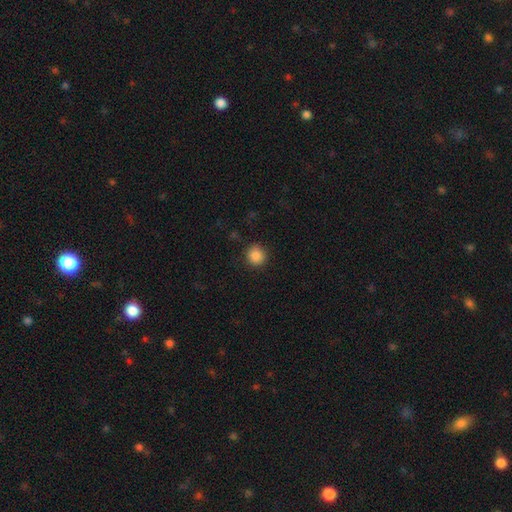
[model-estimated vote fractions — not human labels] Smooth or featured?
  - smooth: 87% *
  - star or artifact: 10%
  - featured or disk: 3%
How rounded?
  - round: 91% *
  - in between: 8%
  - cigar-shaped: 1%
Merging?
  - none: 89% *
  - minor disturbance: 8%
  - major disturbance: 2%
  - merger: 1%